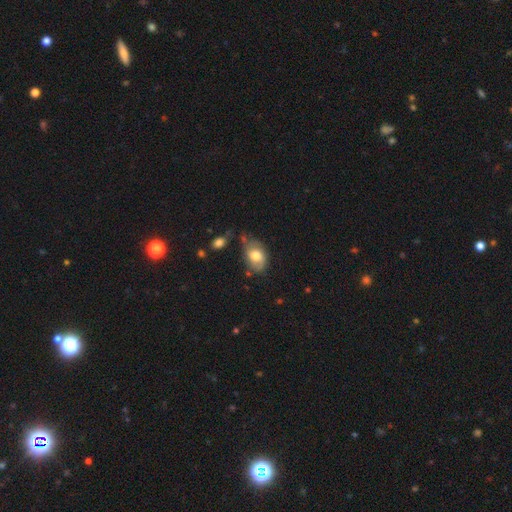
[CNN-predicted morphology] Q: Smooth or featured?
A: smooth (69%); runner-up: featured or disk (24%)
Q: How rounded?
A: in between (83%); runner-up: round (15%)
Q: Merging?
A: none (43%); runner-up: minor disturbance (36%)